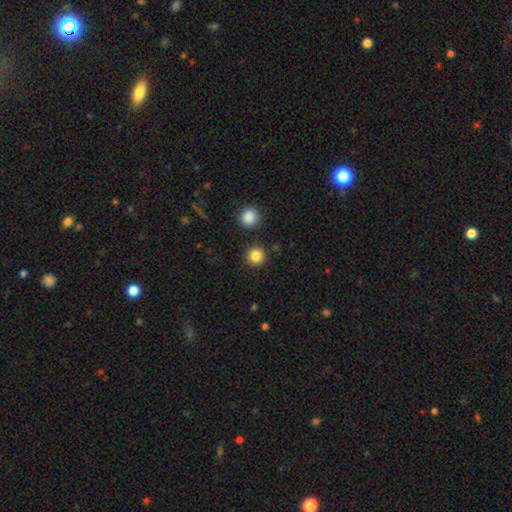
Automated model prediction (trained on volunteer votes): Smooth or featured?
  - smooth: 85% *
  - star or artifact: 11%
  - featured or disk: 4%
How rounded?
  - round: 95% *
  - in between: 4%
  - cigar-shaped: 1%
Merging?
  - none: 89% *
  - minor disturbance: 5%
  - merger: 3%
  - major disturbance: 2%